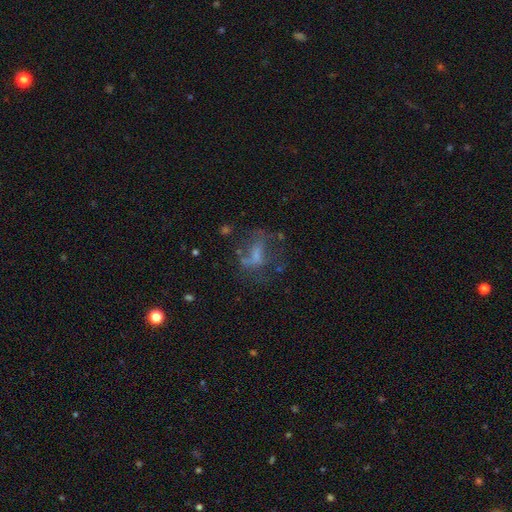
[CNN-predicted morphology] This is possibly a featured or disk galaxy (46%). Merging: marginally none (38%).